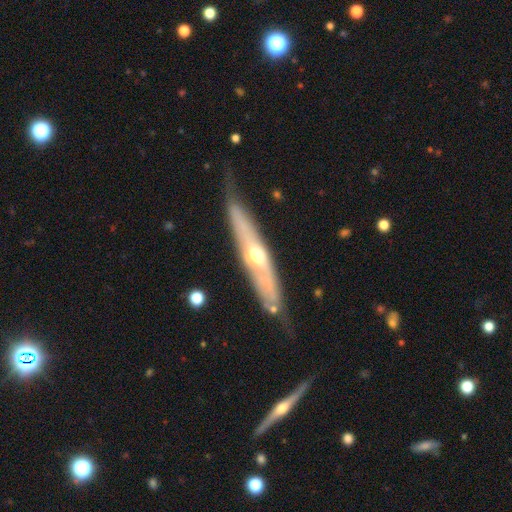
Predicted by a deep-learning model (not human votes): smooth_or_featured: featured or disk (p=0.62) [alt: smooth p=0.33]
disk_edge_on: yes (p=0.72) [alt: no p=0.28]
merging: none (p=0.74) [alt: minor disturbance p=0.17]